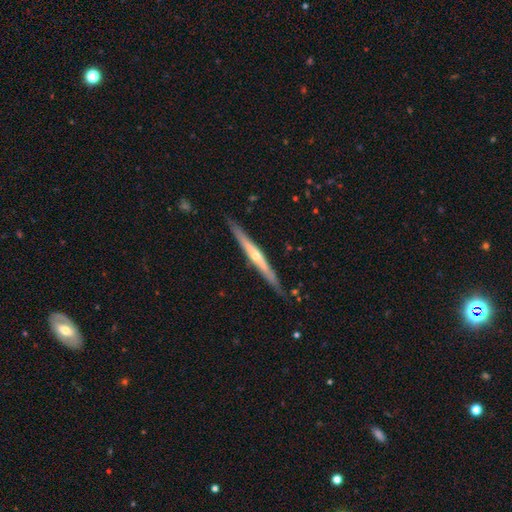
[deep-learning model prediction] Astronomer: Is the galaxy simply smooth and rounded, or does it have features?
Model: featured or disk — 73%.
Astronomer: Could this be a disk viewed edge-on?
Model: yes — 96%.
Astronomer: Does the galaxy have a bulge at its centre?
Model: rounded — 74%.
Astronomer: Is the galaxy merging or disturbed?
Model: none — 88%.